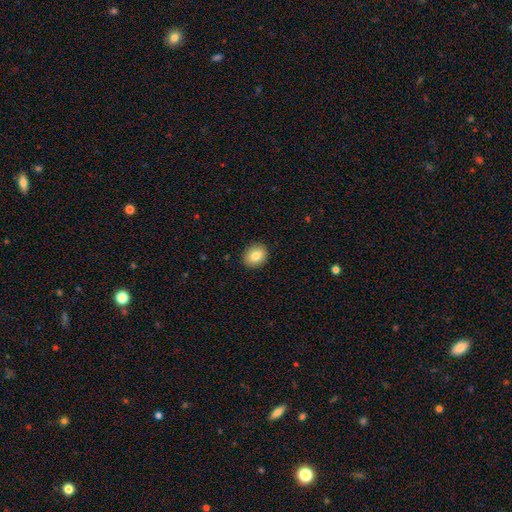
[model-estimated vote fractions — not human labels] A smooth galaxy with no disk features (83%) that is round (57%). Merging: none (90%).